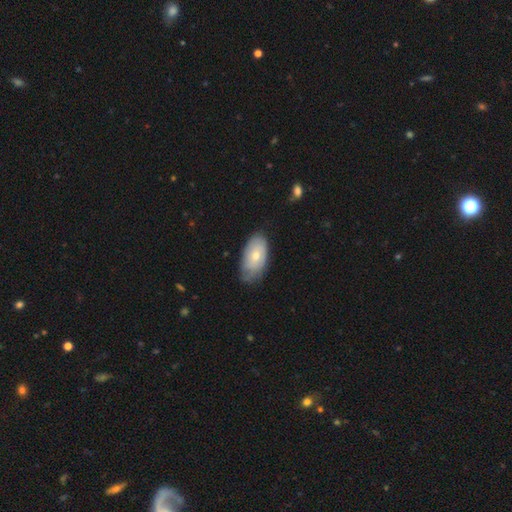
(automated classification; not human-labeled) smooth-or-featured: smooth: 61% | featured or disk: 33% | star or artifact: 6%
  how-rounded: in between: 94% | round: 3% | cigar-shaped: 3%
  merging: none: 61% | minor disturbance: 31% | major disturbance: 6% | merger: 2%